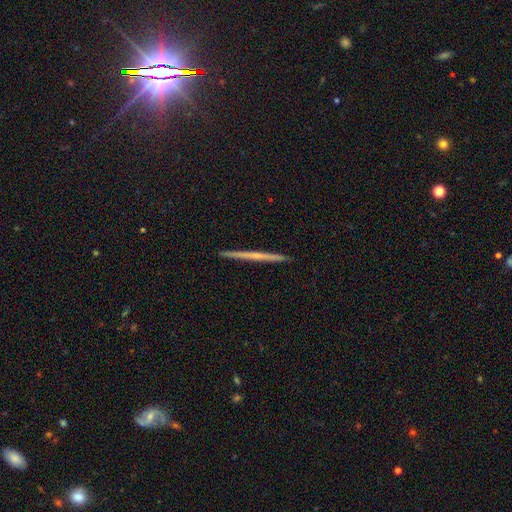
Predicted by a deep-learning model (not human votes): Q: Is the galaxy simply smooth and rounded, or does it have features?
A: featured or disk — 62%.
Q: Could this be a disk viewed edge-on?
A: yes — 98%.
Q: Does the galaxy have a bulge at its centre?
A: none — 73%.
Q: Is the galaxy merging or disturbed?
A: none — 93%.